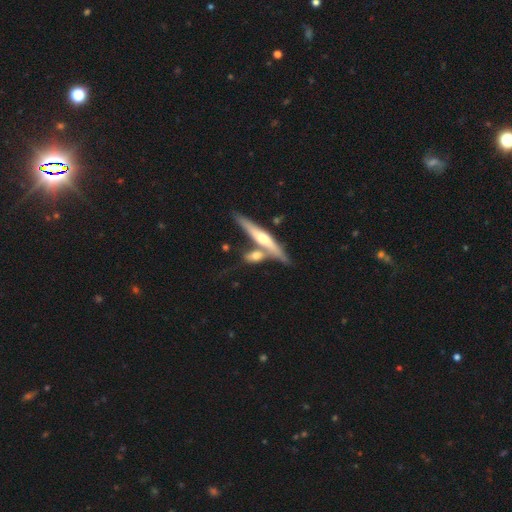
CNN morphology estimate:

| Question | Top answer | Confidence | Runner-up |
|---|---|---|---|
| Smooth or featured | featured or disk | 48% | smooth (46%) |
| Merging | none | 48% | merger (35%) |